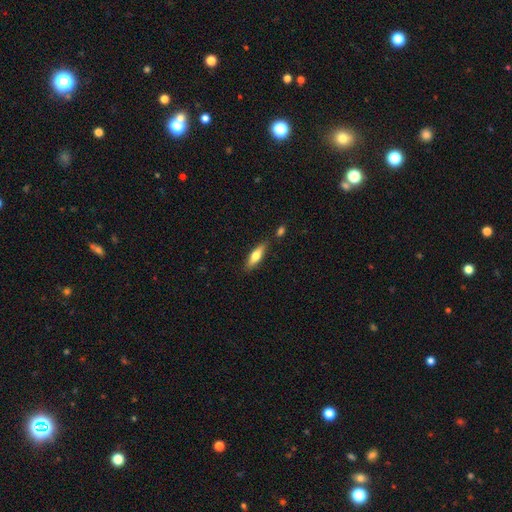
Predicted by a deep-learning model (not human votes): Morphology: type=smooth (57%); roundness=cigar-shaped (60%); merging=none (81%).